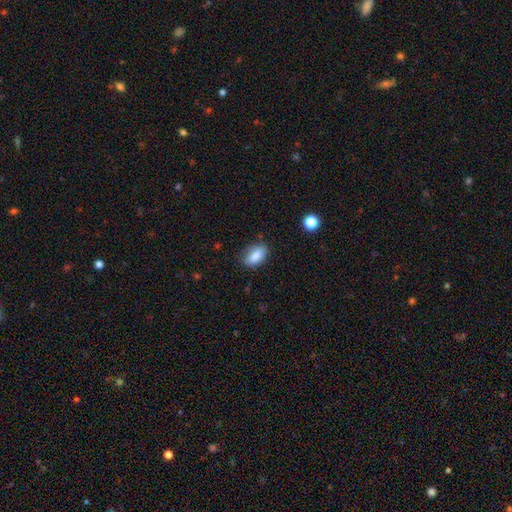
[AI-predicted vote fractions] A smooth galaxy with no disk features (85%) that is in between round and cigar-shaped (88%).

Vote fractions:
- Smooth or featured? smooth: 85% / star or artifact: 8% / featured or disk: 7%
- How rounded? in between: 88% / round: 6% / cigar-shaped: 5%
- Merging? none: 79% / minor disturbance: 16% / major disturbance: 3% / merger: 2%